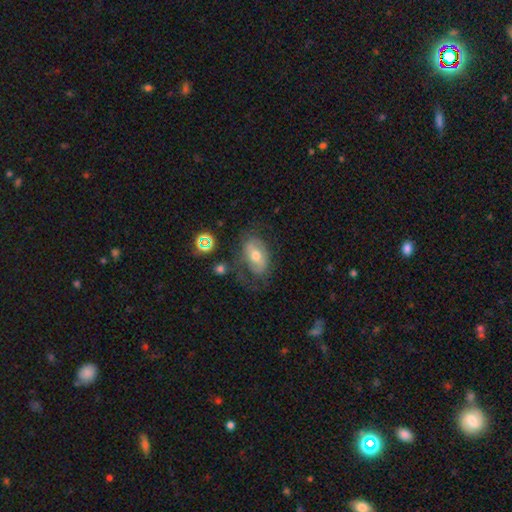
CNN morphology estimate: smooth_or_featured: featured or disk (p=0.52) [alt: smooth p=0.38]
disk_edge_on: no (p=0.91) [alt: yes p=0.09]
merging: none (p=0.51) [alt: minor disturbance p=0.23]